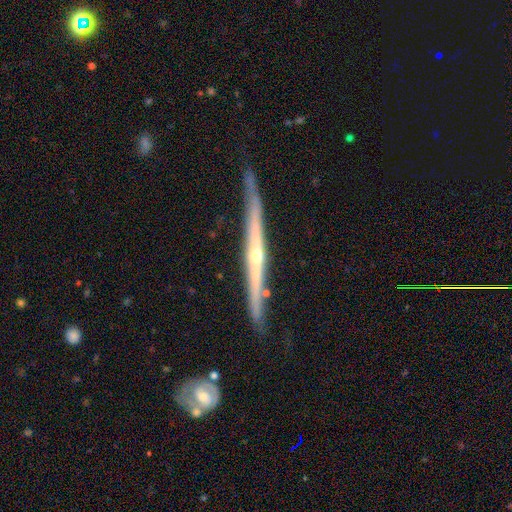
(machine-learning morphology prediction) featured or disk 82%, smooth 13%, star or artifact 5%. Down the decision tree: edge-on disk — yes (97%); edge-on bulge — rounded (71%); merging — none (81%).